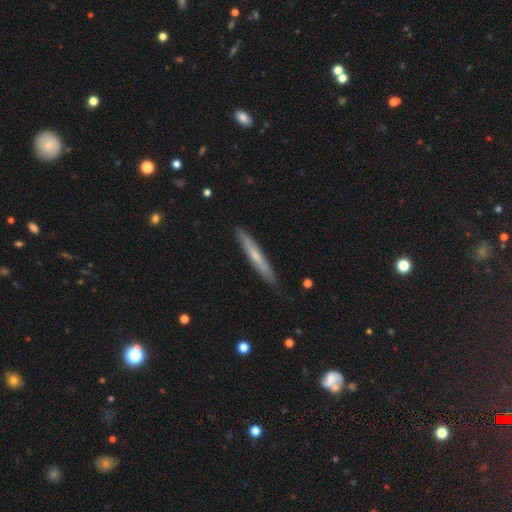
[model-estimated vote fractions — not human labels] This appears to be a smooth galaxy with no disk features (53%) that is cigar-shaped (95%). Merging: none (87%).